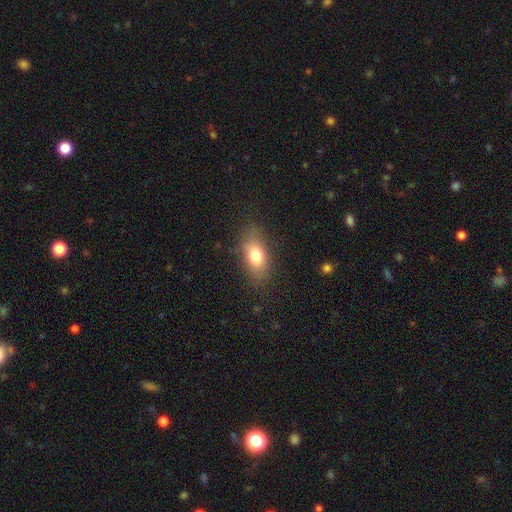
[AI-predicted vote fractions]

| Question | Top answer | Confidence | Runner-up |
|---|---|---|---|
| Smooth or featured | smooth | 76% | featured or disk (15%) |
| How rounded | in between | 82% | round (11%) |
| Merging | none | 78% | minor disturbance (15%) |